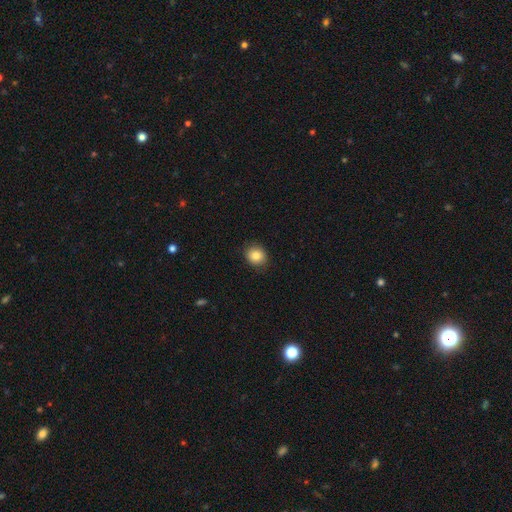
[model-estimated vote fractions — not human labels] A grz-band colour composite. It shows a smooth galaxy with no disk features (84%) that is round (74%). Merging: none (87%).